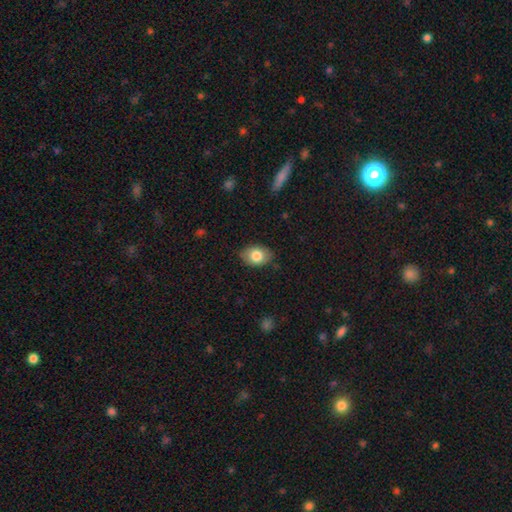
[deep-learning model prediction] smooth 79%, featured or disk 14%, star or artifact 7%. Down the decision tree: how rounded — in between (79%); merging — none (82%).